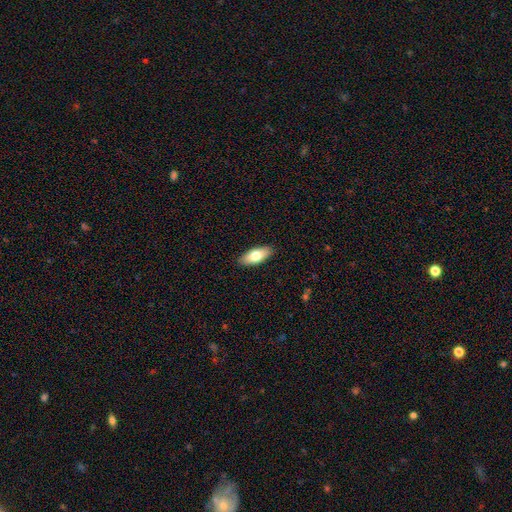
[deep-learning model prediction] A smooth galaxy with no disk features (75%) that is in between round and cigar-shaped (84%).

Vote fractions:
- Smooth or featured? smooth: 75% / featured or disk: 18% / star or artifact: 6%
- How rounded? in between: 84% / cigar-shaped: 14% / round: 2%
- Merging? none: 89% / minor disturbance: 8% / major disturbance: 2% / merger: 1%